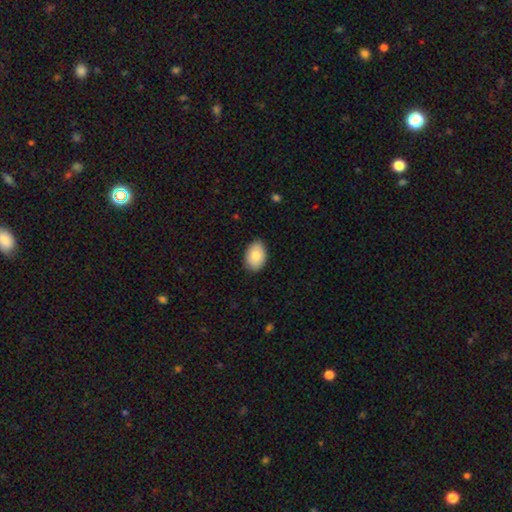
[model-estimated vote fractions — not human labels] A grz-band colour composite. It shows a smooth galaxy with no disk features (86%) that is in between round and cigar-shaped (88%). Merging: none (86%).